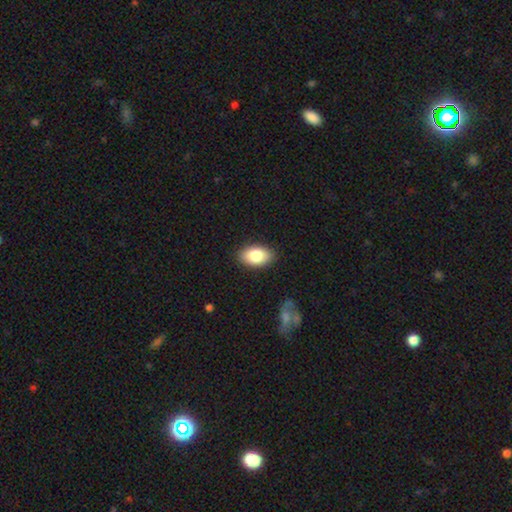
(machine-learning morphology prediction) smooth 84%, featured or disk 9%, star or artifact 7%. Down the decision tree: how rounded — in between (92%); merging — none (87%).